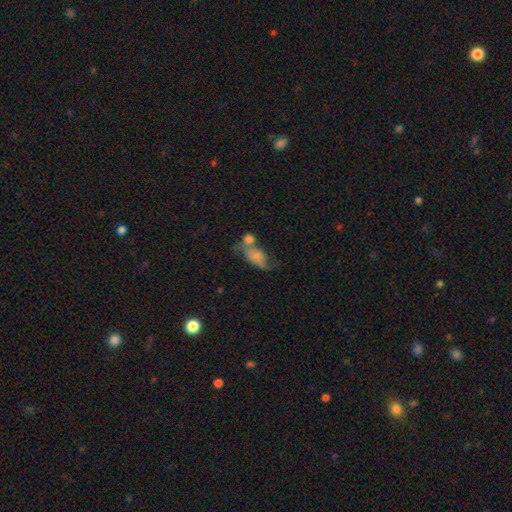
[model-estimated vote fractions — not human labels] smooth_or_featured: smooth (p=0.62) [alt: featured or disk p=0.29]
how_rounded: in between (p=0.85) [alt: round p=0.10]
merging: merger (p=0.43) [alt: none p=0.22]